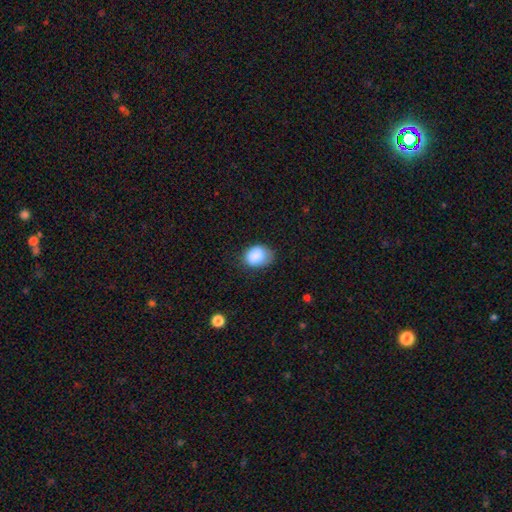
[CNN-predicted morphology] A smooth galaxy with no disk features (87%) that is in between round and cigar-shaped (61%).

Vote fractions:
- Smooth or featured? smooth: 87% / star or artifact: 8% / featured or disk: 6%
- How rounded? in between: 61% / round: 38% / cigar-shaped: 1%
- Merging? none: 61% / minor disturbance: 29% / major disturbance: 8% / merger: 2%